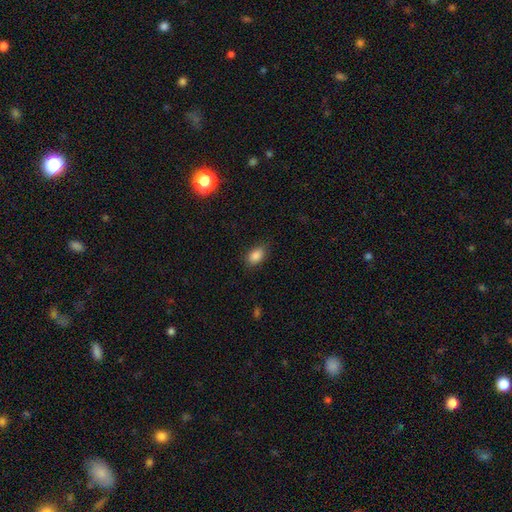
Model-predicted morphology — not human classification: Overall: smooth (86%). How rounded: in between (87%). Merging: none (82%).